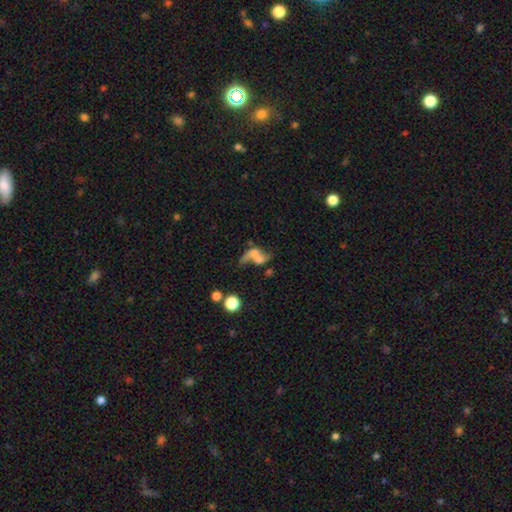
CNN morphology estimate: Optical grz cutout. It shows a featured or disk galaxy (47%). Merging: merger (47%).